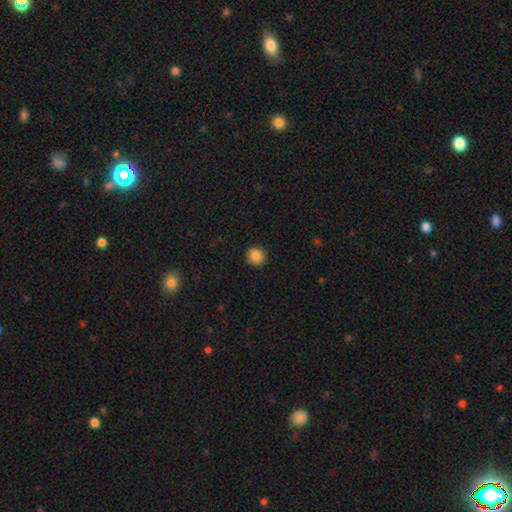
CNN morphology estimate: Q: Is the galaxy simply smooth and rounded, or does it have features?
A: smooth — 86%.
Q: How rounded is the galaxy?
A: round — 90%.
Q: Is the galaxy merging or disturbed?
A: none — 92%.